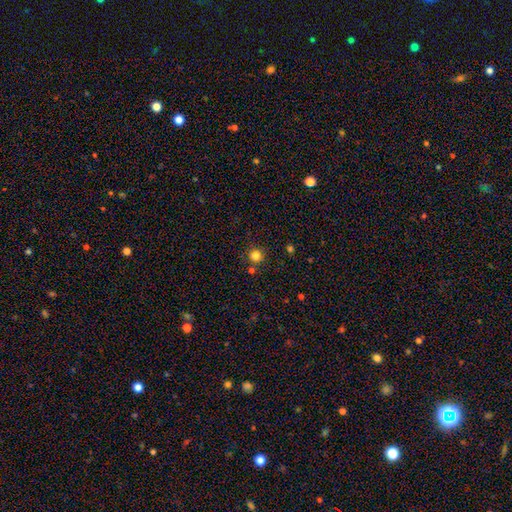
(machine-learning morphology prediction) Q: Smooth or featured?
A: smooth (81%); runner-up: star or artifact (14%)
Q: How rounded?
A: round (94%); runner-up: in between (5%)
Q: Merging?
A: none (85%); runner-up: minor disturbance (8%)